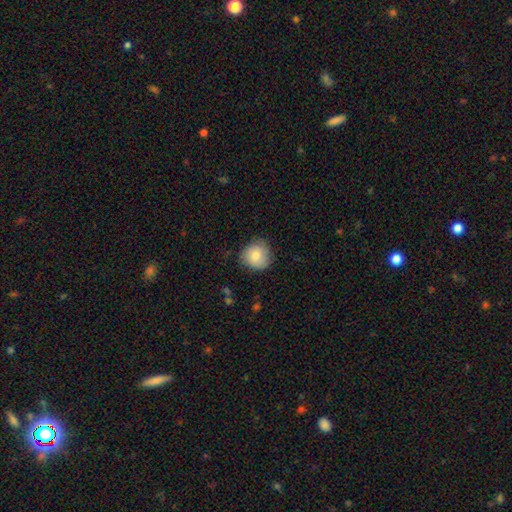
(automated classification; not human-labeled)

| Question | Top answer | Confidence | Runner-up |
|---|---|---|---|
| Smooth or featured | smooth | 81% | featured or disk (11%) |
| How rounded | round | 87% | in between (12%) |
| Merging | none | 75% | minor disturbance (20%) |